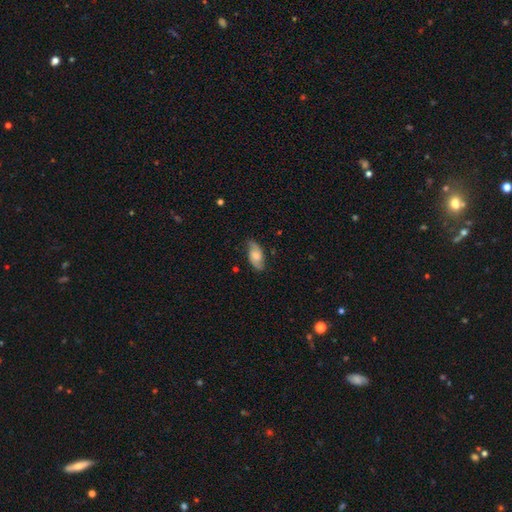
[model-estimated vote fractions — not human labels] smooth-or-featured: featured or disk: 52% | smooth: 41% | star or artifact: 7%
  disk-edge-on: no: 91% | yes: 9%
  merging: none: 77% | minor disturbance: 18% | major disturbance: 4% | merger: 1%